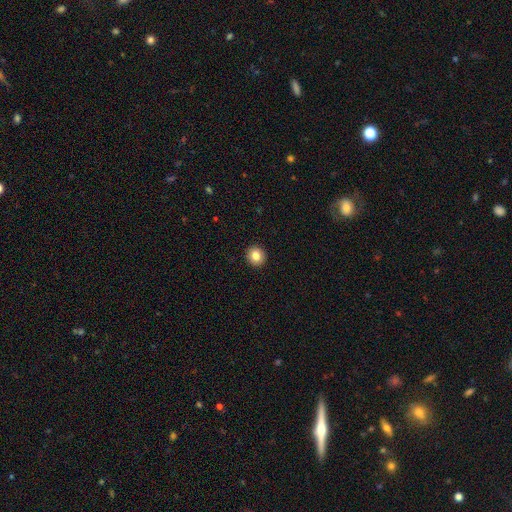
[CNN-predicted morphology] Q: Smooth or featured?
A: smooth (84%); runner-up: star or artifact (9%)
Q: How rounded?
A: round (90%); runner-up: in between (9%)
Q: Merging?
A: none (93%); runner-up: minor disturbance (4%)